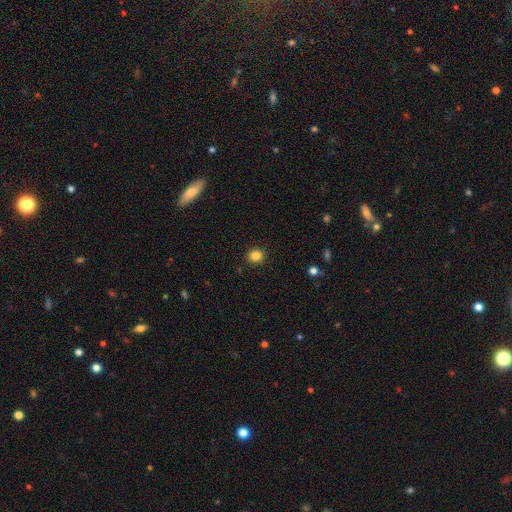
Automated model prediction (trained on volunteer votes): This appears to be a smooth galaxy with no disk features (84%) that is round (85%). Merging: none (91%).